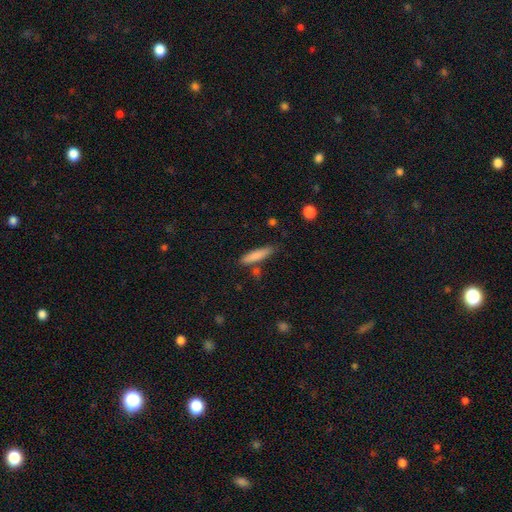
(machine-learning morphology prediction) Smooth or featured? smooth (81%)
How rounded? cigar-shaped (83%)
Merging? none (76%)